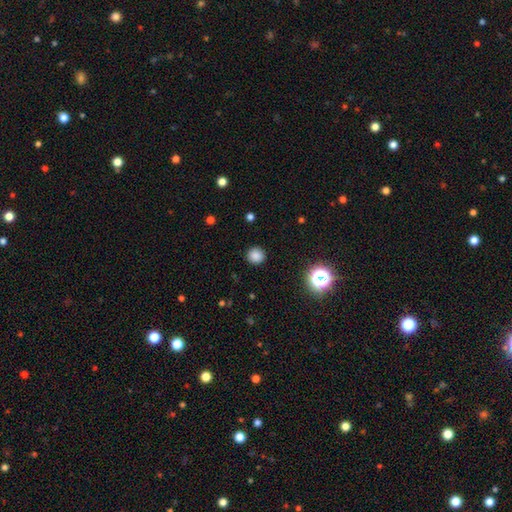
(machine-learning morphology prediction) smooth-or-featured: smooth: 83% | star or artifact: 13% | featured or disk: 4%
  how-rounded: round: 93% | in between: 6% | cigar-shaped: 1%
  merging: none: 91% | minor disturbance: 5% | major disturbance: 2% | merger: 1%